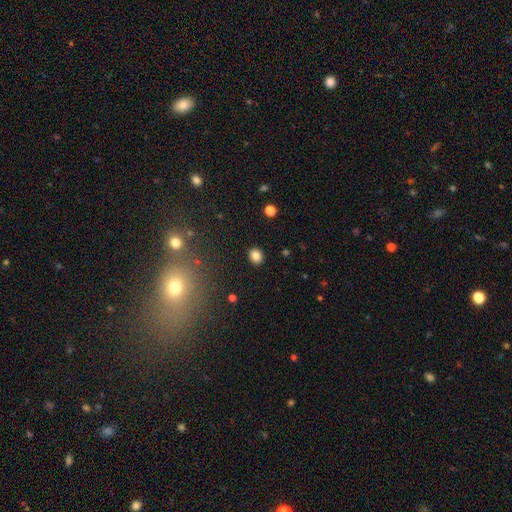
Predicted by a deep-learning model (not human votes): A smooth galaxy with no disk features (83%) that is round (62%). Merging: none (90%).